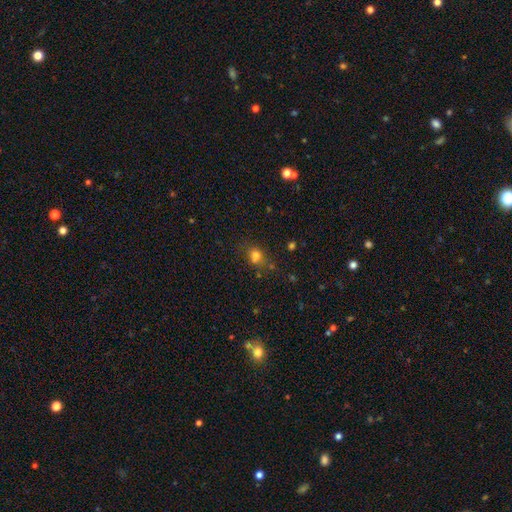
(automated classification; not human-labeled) Q: Smooth or featured?
A: smooth (74%); runner-up: star or artifact (17%)
Q: How rounded?
A: round (68%); runner-up: in between (31%)
Q: Merging?
A: none (64%); runner-up: minor disturbance (18%)